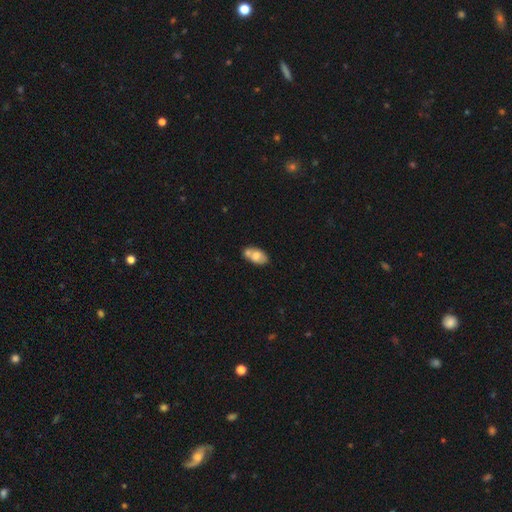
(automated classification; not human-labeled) smooth 67%, featured or disk 26%, star or artifact 7%. Down the decision tree: how rounded — in between (90%); merging — none (45%).